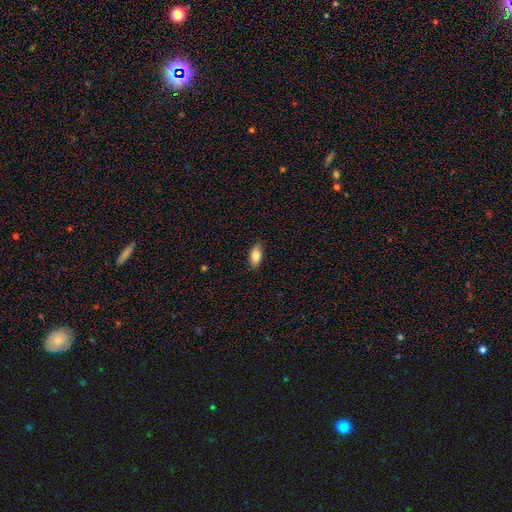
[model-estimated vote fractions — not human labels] Q: Smooth or featured?
A: smooth (83%); runner-up: featured or disk (10%)
Q: How rounded?
A: in between (88%); runner-up: cigar-shaped (9%)
Q: Merging?
A: none (87%); runner-up: minor disturbance (10%)